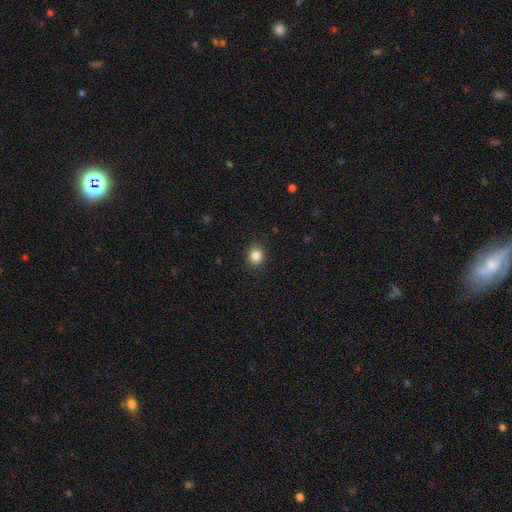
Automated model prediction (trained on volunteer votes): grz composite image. It shows a smooth galaxy with no disk features (85%) that is round (75%). Merging: none (89%).